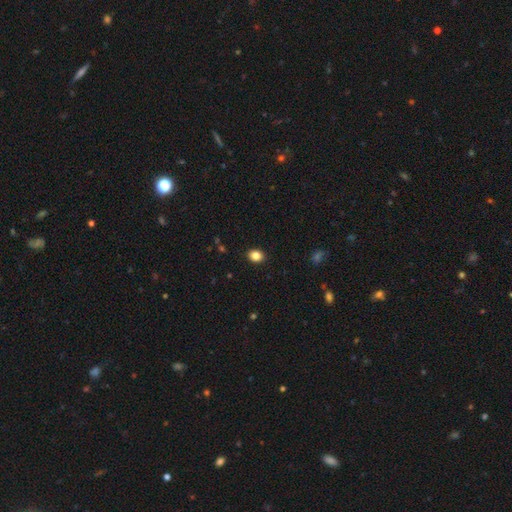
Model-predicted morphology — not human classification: smooth-or-featured: smooth: 85% | star or artifact: 10% | featured or disk: 5%
  how-rounded: in between: 51% | round: 49% | cigar-shaped: 1%
  merging: none: 91% | minor disturbance: 7% | major disturbance: 2% | merger: 1%